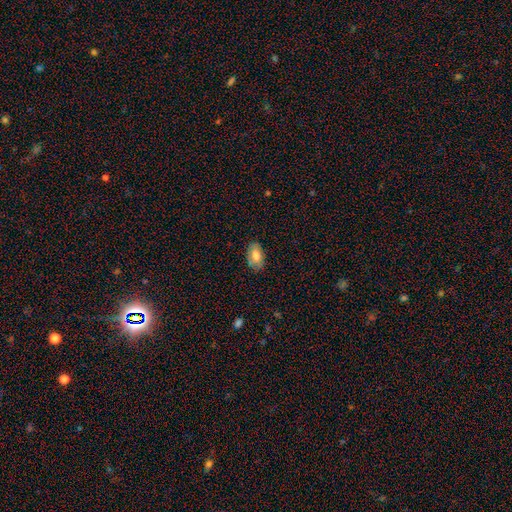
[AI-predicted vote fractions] Overall: smooth (73%). How rounded: in between (92%). Merging: none (82%).